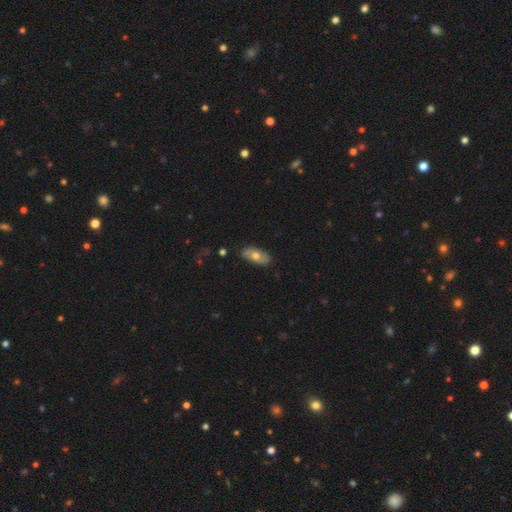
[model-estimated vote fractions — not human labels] A smooth galaxy with no disk features (60%) that is in between round and cigar-shaped (89%). Merging: none (83%).